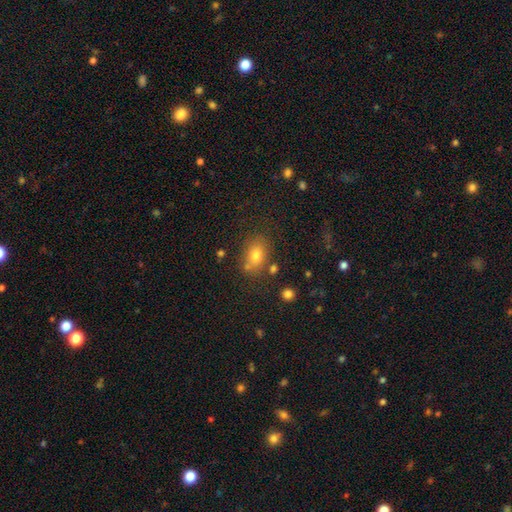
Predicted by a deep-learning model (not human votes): Q: Smooth or featured?
A: smooth (75%); runner-up: star or artifact (14%)
Q: How rounded?
A: in between (71%); runner-up: round (28%)
Q: Merging?
A: none (72%); runner-up: minor disturbance (14%)